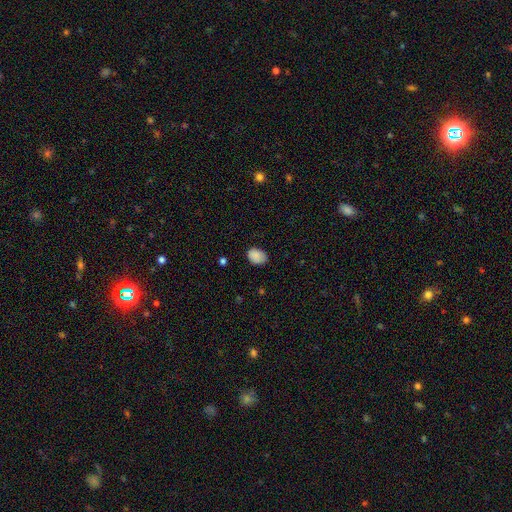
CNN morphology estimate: A smooth galaxy with no disk features (88%) that is in between round and cigar-shaped (67%). Merging: none (80%).